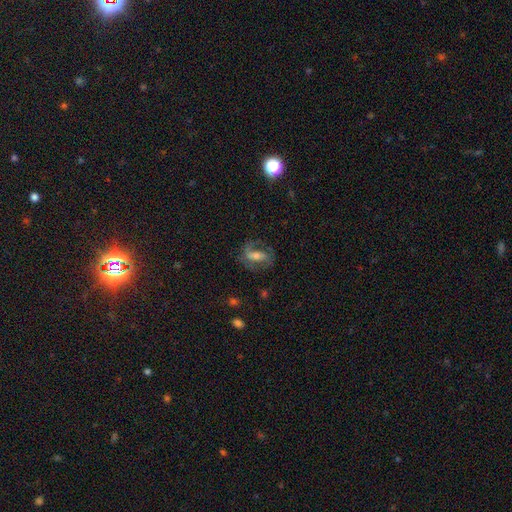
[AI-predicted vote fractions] Smooth or featured? Predicted: featured or disk (p=0.70). Edge-on disk? Predicted: no (p=0.94). Bar? Predicted: weak (p=0.39). Spiral arms? Predicted: yes (p=0.86). Spiral winding? Predicted: medium (p=0.49). Spiral arm count? Predicted: 2 (p=0.75). Bulge size? Predicted: moderate (p=0.49). Merging? Predicted: none (p=0.66).